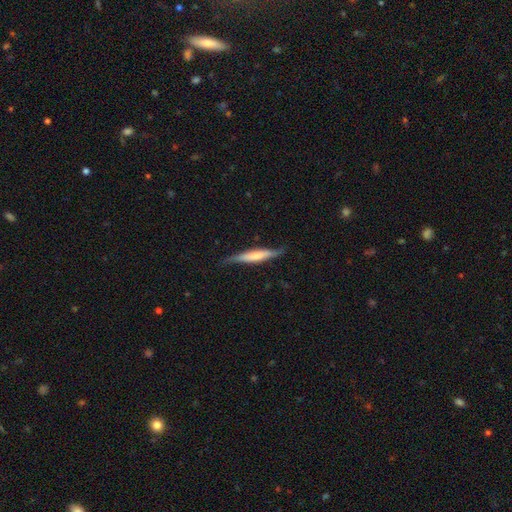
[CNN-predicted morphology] smooth 49%, featured or disk 46%, star or artifact 5%. Down the decision tree: merging — none (75%).